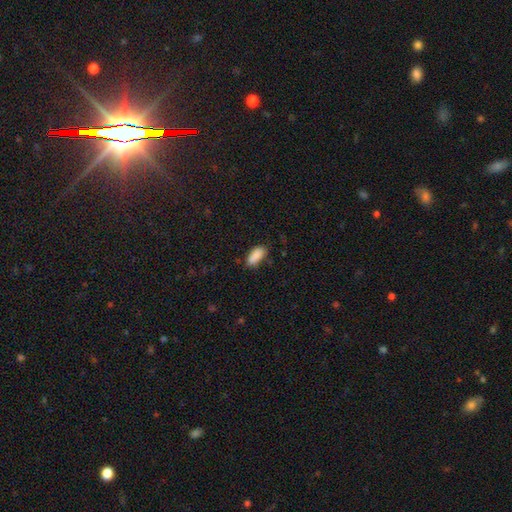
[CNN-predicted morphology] Q: Smooth or featured?
A: smooth (88%); runner-up: star or artifact (7%)
Q: How rounded?
A: in between (83%); runner-up: cigar-shaped (15%)
Q: Merging?
A: none (74%); runner-up: minor disturbance (20%)